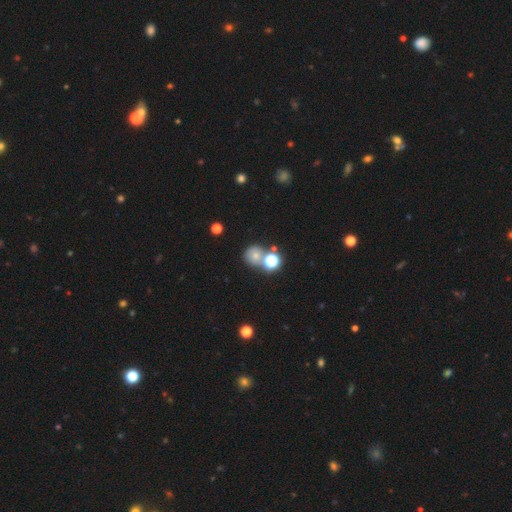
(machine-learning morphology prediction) smooth_or_featured: smooth (p=0.63) [alt: star or artifact p=0.25]
how_rounded: round (p=0.85) [alt: in between p=0.14]
merging: none (p=0.57) [alt: merger p=0.27]